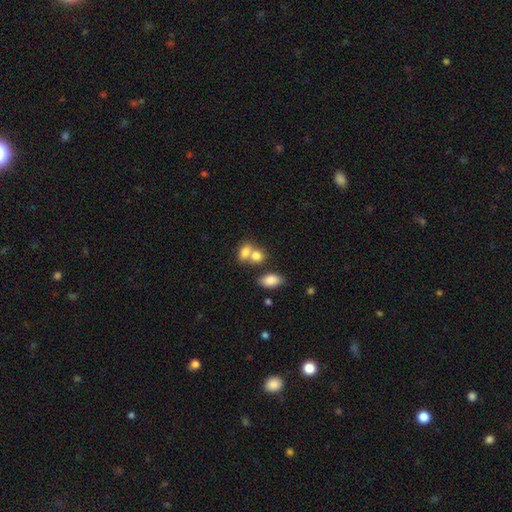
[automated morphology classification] type=smooth (79%); roundness=in between (64%); merging=merger (53%).